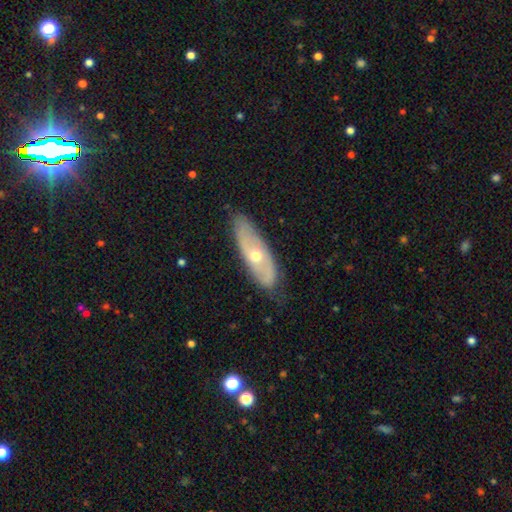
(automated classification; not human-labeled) This is possibly a featured or disk galaxy (55%). It is likely not viewed edge-on (70%). Merging: likely none (74%).